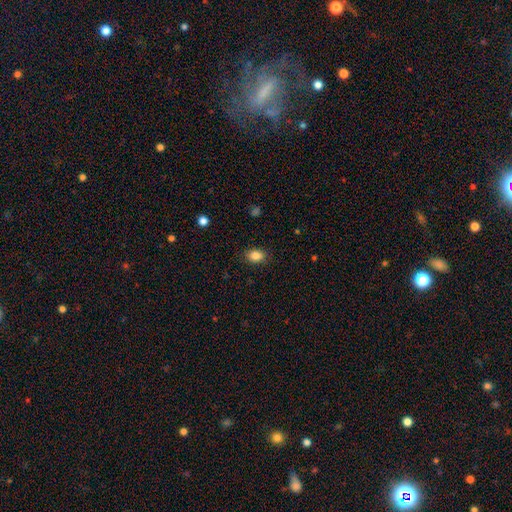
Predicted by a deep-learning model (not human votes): Q: Smooth or featured?
A: smooth (86%); runner-up: star or artifact (9%)
Q: How rounded?
A: in between (78%); runner-up: round (21%)
Q: Merging?
A: none (87%); runner-up: minor disturbance (9%)